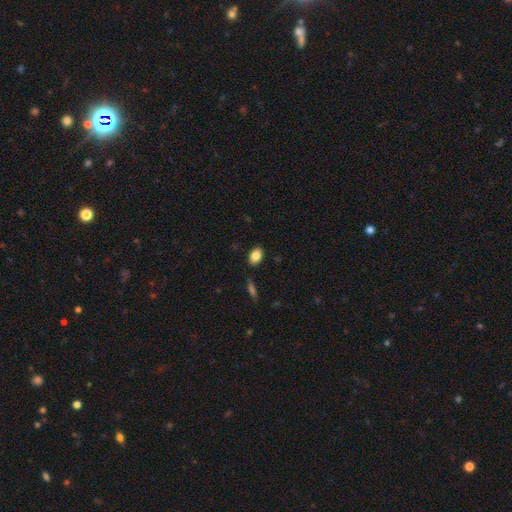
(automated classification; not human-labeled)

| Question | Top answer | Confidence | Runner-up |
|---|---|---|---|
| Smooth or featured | smooth | 84% | star or artifact (8%) |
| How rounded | in between | 85% | round (13%) |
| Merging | none | 85% | minor disturbance (11%) |